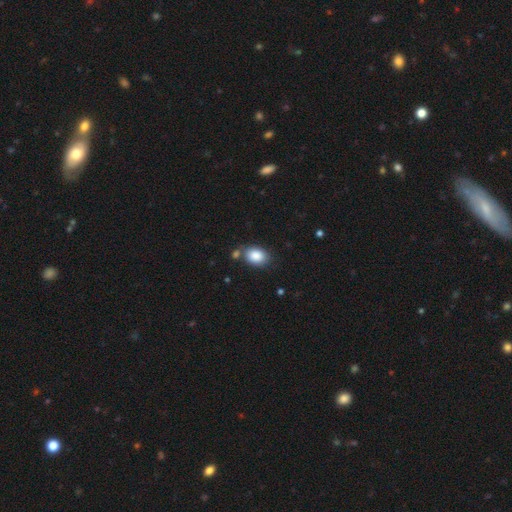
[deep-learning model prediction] A smooth galaxy with no disk features (87%) that is in between round and cigar-shaped (78%). Merging: none (69%).